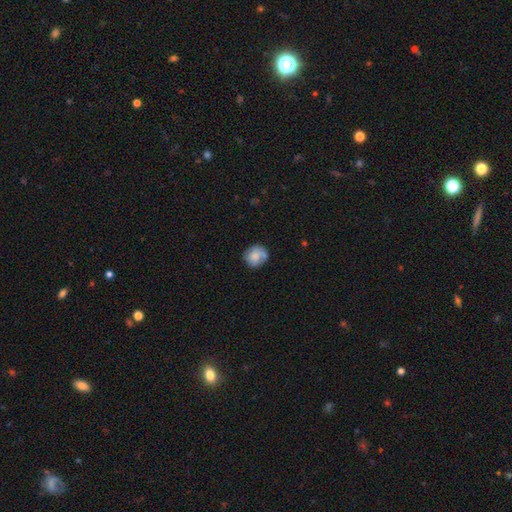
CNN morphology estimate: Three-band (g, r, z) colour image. It shows a smooth galaxy with no disk features (72%) that is round (83%). Merging: none (66%).